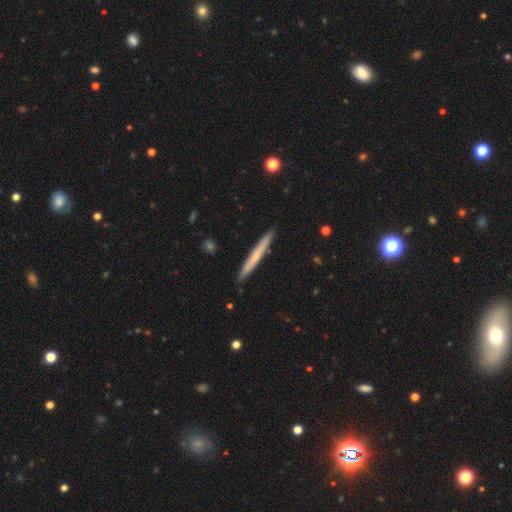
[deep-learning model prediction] The model was most divided on "smooth or featured": smooth: 55%, featured or disk: 39%, star or artifact: 6%. More confident: how rounded — cigar-shaped (97%); merging — none (91%).